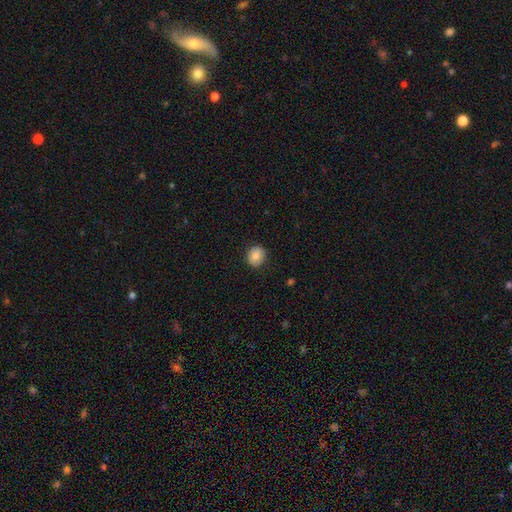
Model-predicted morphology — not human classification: Q: Smooth or featured?
A: smooth (83%); runner-up: featured or disk (9%)
Q: How rounded?
A: round (83%); runner-up: in between (16%)
Q: Merging?
A: none (89%); runner-up: minor disturbance (8%)